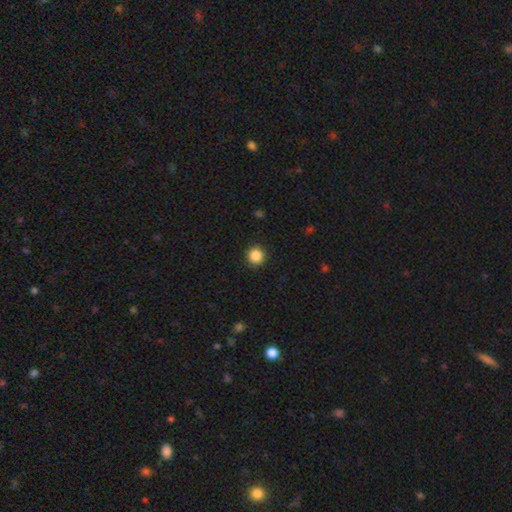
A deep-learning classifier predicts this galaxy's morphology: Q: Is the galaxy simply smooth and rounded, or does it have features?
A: smooth — 86%.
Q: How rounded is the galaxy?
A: round — 94%.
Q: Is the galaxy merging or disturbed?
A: none — 92%.